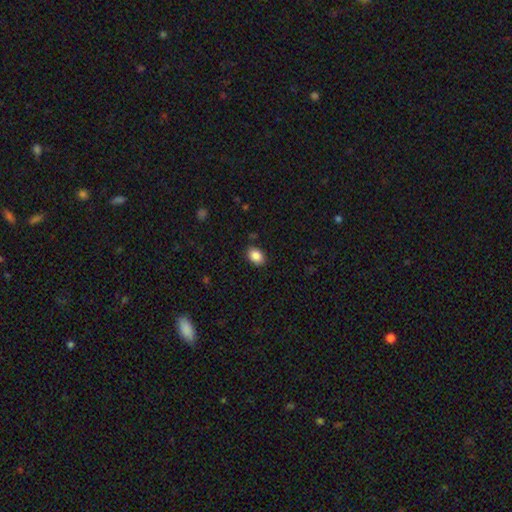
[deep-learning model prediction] Smooth or featured? Predicted: smooth (p=0.88). How rounded? Predicted: in between (p=0.73). Merging? Predicted: none (p=0.87).